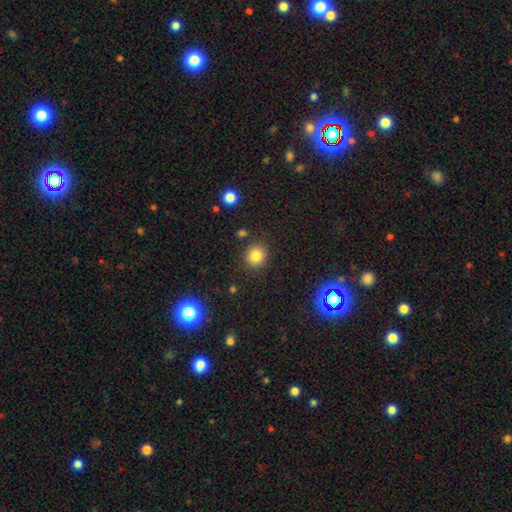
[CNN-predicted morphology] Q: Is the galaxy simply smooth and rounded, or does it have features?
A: smooth — 82%.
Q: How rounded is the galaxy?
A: round — 85%.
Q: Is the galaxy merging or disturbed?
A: none — 87%.